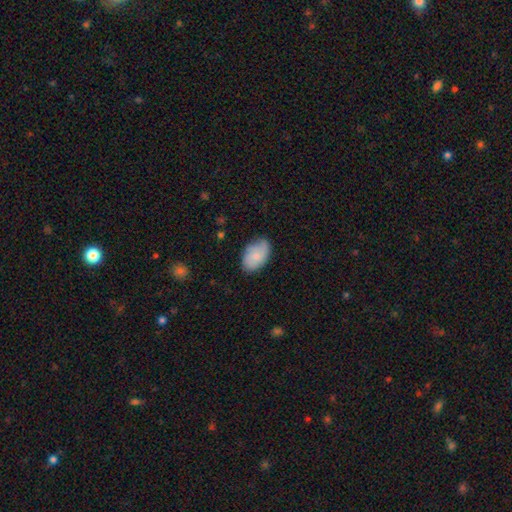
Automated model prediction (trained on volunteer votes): Smooth or featured: smooth — 75% (featured or disk — 18%)
How rounded: in between — 91% (round — 8%)
Merging: none — 71% (minor disturbance — 23%)